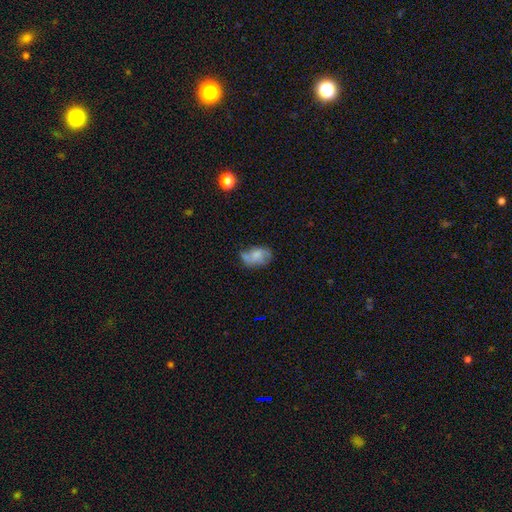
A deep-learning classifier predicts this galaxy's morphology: Q: Smooth or featured?
A: smooth (56%); runner-up: featured or disk (34%)
Q: How rounded?
A: in between (86%); runner-up: round (13%)
Q: Merging?
A: none (44%); runner-up: minor disturbance (32%)